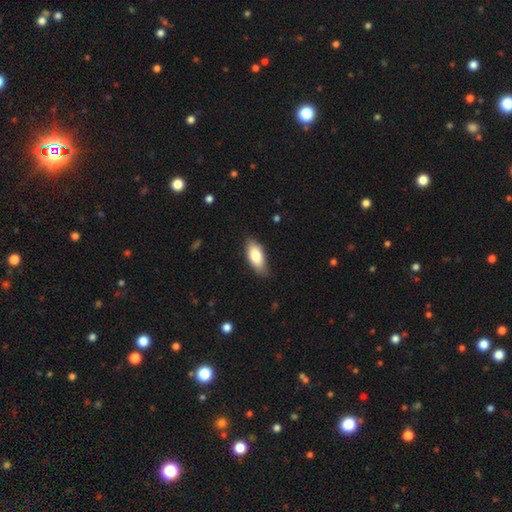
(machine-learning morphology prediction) Q: Smooth or featured?
A: smooth (78%); runner-up: featured or disk (16%)
Q: How rounded?
A: in between (85%); runner-up: cigar-shaped (12%)
Q: Merging?
A: none (82%); runner-up: minor disturbance (15%)